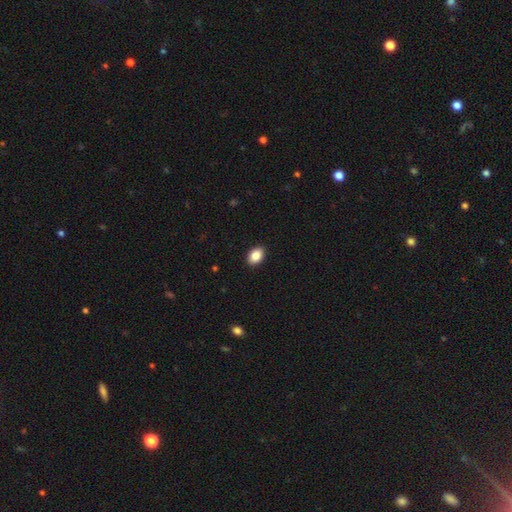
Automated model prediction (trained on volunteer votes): A smooth galaxy with no disk features (87%) that is in between round and cigar-shaped (85%).

Vote fractions:
- Smooth or featured? smooth: 87% / star or artifact: 8% / featured or disk: 5%
- How rounded? in between: 85% / round: 14% / cigar-shaped: 1%
- Merging? none: 91% / minor disturbance: 7% / major disturbance: 2% / merger: 1%